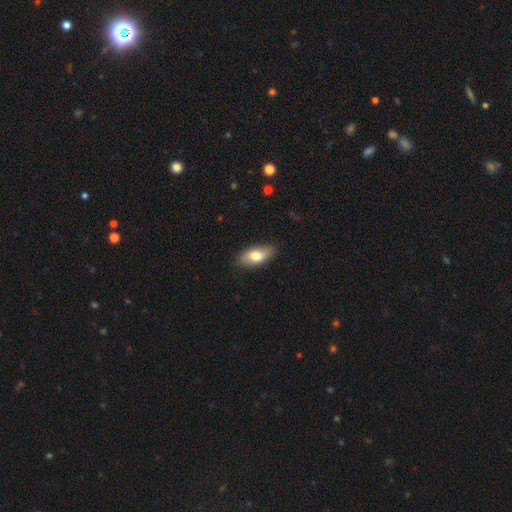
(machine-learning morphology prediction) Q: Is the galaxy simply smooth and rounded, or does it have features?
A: smooth — 76%.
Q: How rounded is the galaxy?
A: in between — 88%.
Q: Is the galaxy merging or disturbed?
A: none — 85%.